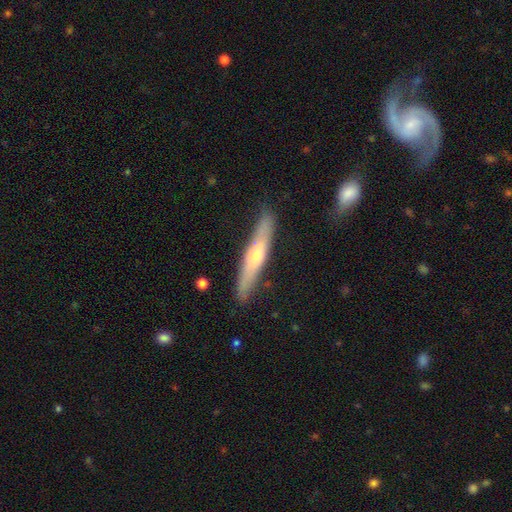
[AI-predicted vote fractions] smooth_or_featured: smooth (p=0.48) [alt: featured or disk p=0.47]
merging: none (p=0.85) [alt: minor disturbance p=0.11]